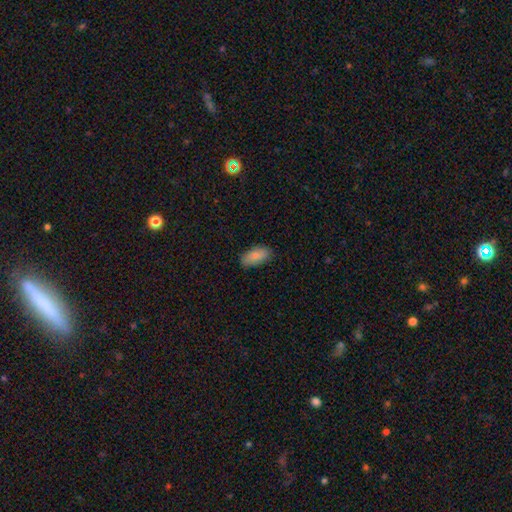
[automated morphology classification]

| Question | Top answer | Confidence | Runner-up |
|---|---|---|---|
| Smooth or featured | smooth | 83% | featured or disk (10%) |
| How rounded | in between | 91% | cigar-shaped (6%) |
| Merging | none | 84% | minor disturbance (12%) |